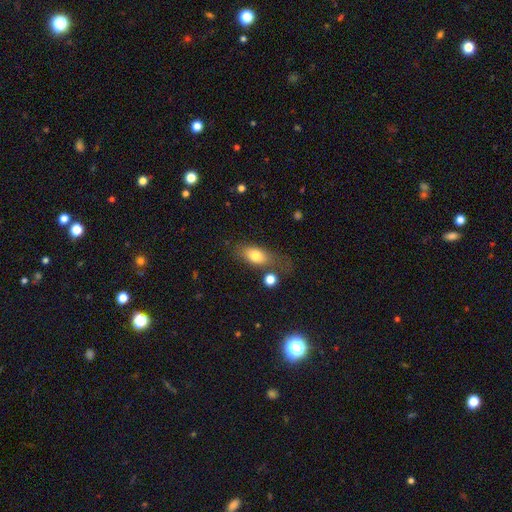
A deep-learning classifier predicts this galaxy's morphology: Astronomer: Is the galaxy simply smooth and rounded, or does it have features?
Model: smooth — 77%.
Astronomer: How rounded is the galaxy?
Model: in between — 83%.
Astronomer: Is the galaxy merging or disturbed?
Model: none — 55%.